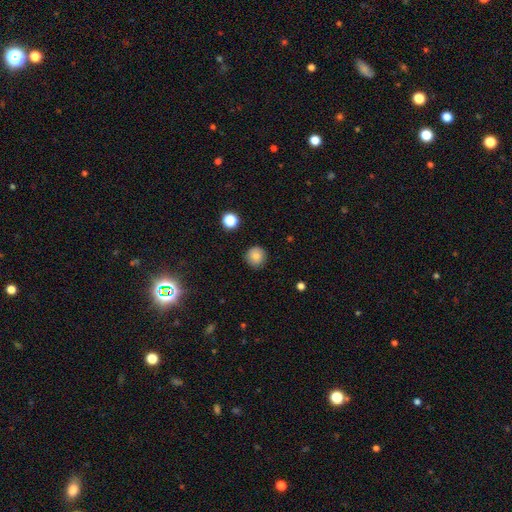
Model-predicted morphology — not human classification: Smooth or featured?
  - smooth: 81% *
  - star or artifact: 11%
  - featured or disk: 8%
How rounded?
  - round: 93% *
  - in between: 6%
  - cigar-shaped: 1%
Merging?
  - none: 88% *
  - minor disturbance: 8%
  - major disturbance: 2%
  - merger: 1%